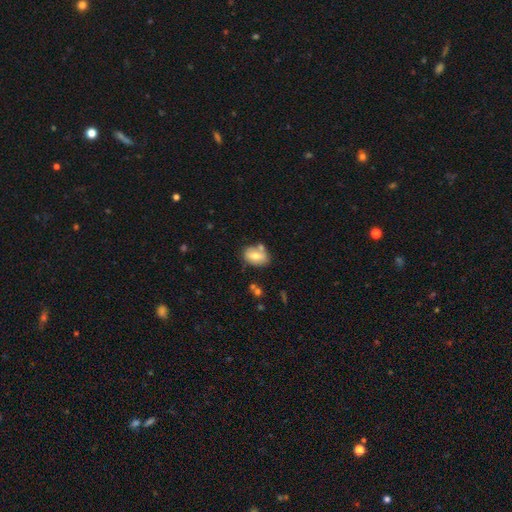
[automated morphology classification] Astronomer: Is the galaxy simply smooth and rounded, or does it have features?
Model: smooth — 63%.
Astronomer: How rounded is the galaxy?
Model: in between — 78%.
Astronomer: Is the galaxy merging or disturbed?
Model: none — 64%.